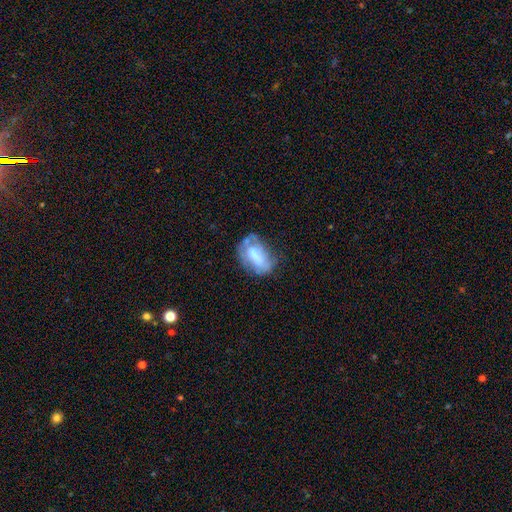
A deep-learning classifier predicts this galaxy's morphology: A smooth galaxy with no disk features (53%) that is in between round and cigar-shaped (87%).

Vote fractions:
- Smooth or featured? smooth: 53% / featured or disk: 38% / star or artifact: 9%
- How rounded? in between: 87% / round: 10% / cigar-shaped: 4%
- Merging? none: 41% / minor disturbance: 31% / major disturbance: 18% / merger: 9%